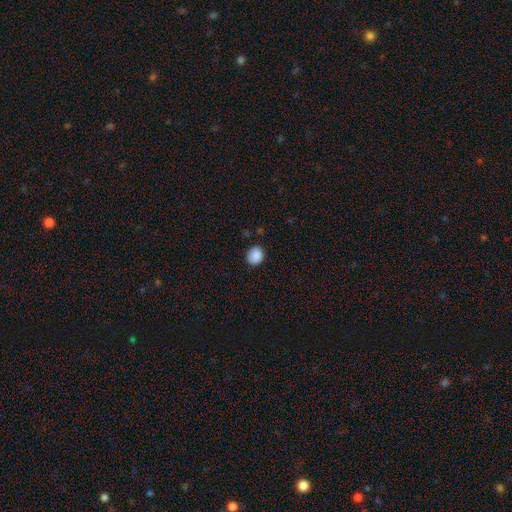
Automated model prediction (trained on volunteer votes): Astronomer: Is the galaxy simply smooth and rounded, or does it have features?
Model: smooth — 88%.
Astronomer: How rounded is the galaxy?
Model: round — 68%.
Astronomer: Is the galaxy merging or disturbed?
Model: none — 84%.